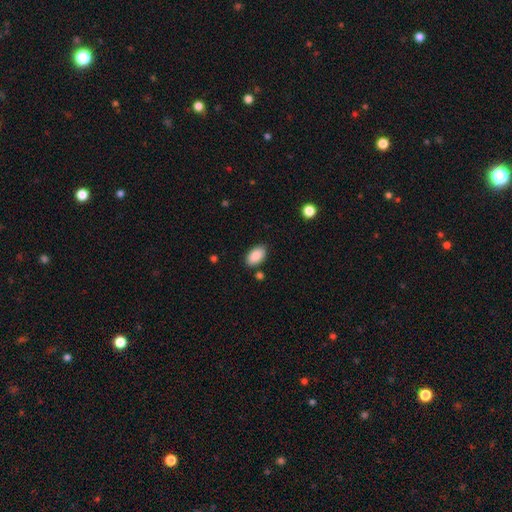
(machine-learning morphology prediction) Smooth or featured?
  - smooth: 89% *
  - star or artifact: 7%
  - featured or disk: 5%
How rounded?
  - in between: 94% *
  - round: 5%
  - cigar-shaped: 2%
Merging?
  - none: 83% *
  - minor disturbance: 11%
  - merger: 3%
  - major disturbance: 3%